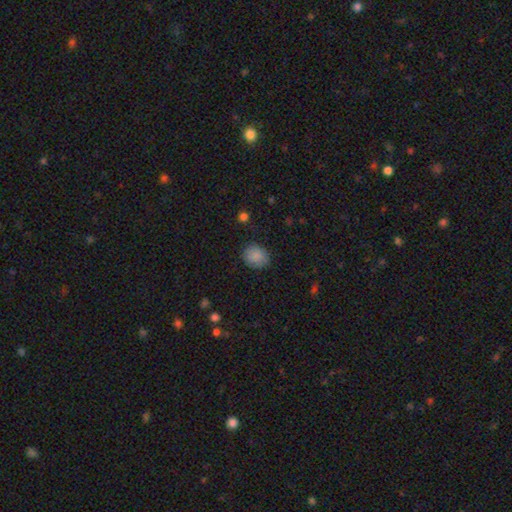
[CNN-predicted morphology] Smooth or featured: smooth — 87% (star or artifact — 8%)
How rounded: round — 65% (in between — 34%)
Merging: none — 84% (minor disturbance — 12%)